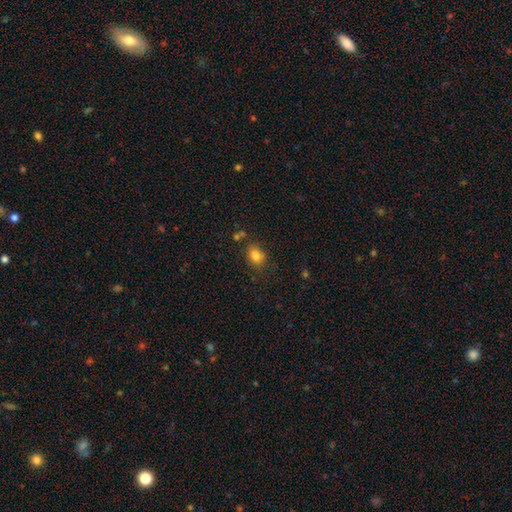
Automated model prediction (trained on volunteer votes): A smooth galaxy with no disk features (81%) that is in between round and cigar-shaped (58%).

Vote fractions:
- Smooth or featured? smooth: 81% / star or artifact: 11% / featured or disk: 7%
- How rounded? in between: 58% / round: 41% / cigar-shaped: 1%
- Merging? none: 71% / minor disturbance: 18% / merger: 7% / major disturbance: 5%